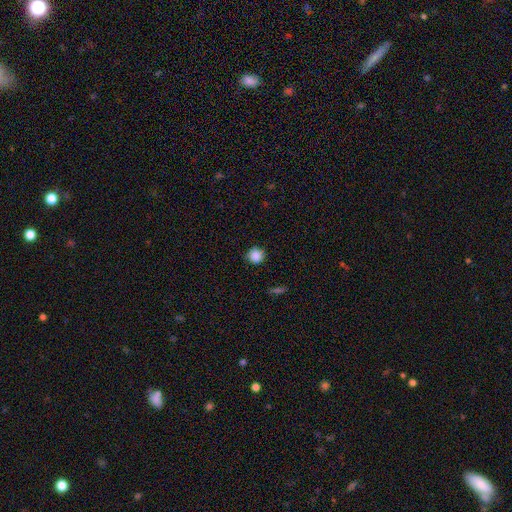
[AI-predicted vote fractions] Morphology: type=smooth (87%); roundness=round (94%); merging=none (85%).